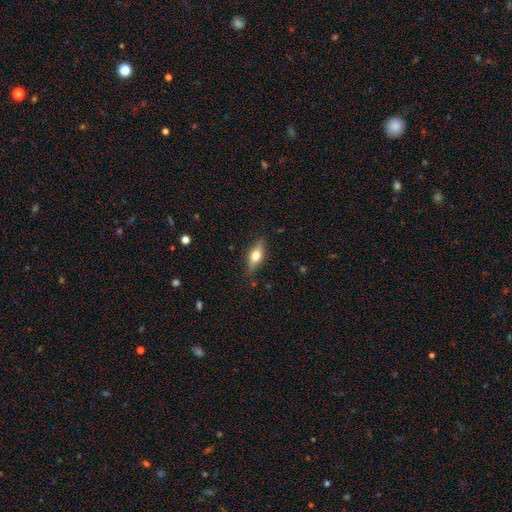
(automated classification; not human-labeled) Q: Smooth or featured?
A: smooth (48%); runner-up: featured or disk (44%)
Q: Merging?
A: none (84%); runner-up: minor disturbance (12%)